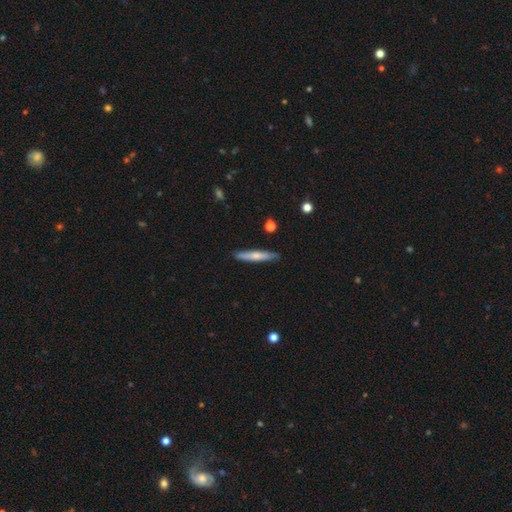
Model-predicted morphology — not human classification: This appears to be a smooth galaxy with no disk features (60%) that is cigar-shaped (93%). Merging: none (88%).